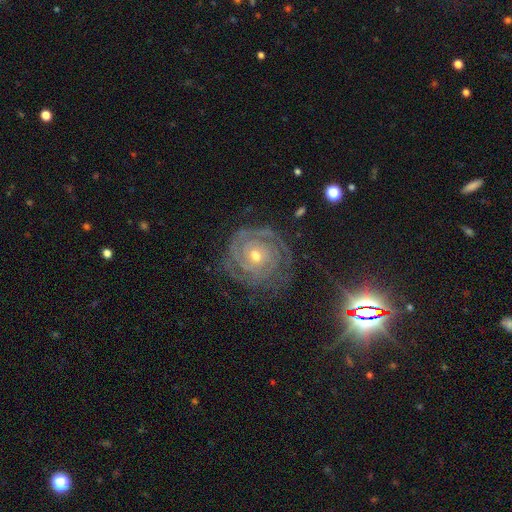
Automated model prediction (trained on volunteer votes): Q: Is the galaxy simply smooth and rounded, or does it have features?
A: featured or disk — 87%.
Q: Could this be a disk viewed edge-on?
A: no — 97%.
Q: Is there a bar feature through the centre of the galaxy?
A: no — 70%.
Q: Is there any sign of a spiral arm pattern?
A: yes — 96%.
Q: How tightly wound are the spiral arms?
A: tight — 84%.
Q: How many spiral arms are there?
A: can't tell — 29%.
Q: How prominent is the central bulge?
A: moderate — 53%.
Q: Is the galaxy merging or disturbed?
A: none — 73%.